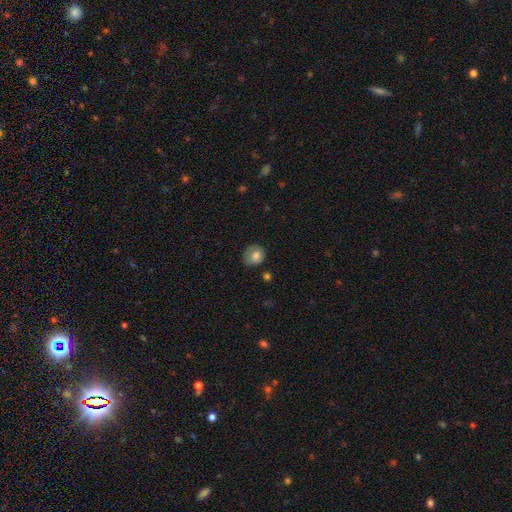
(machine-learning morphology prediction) Smooth or featured? smooth (78%)
How rounded? round (71%)
Merging? none (58%)